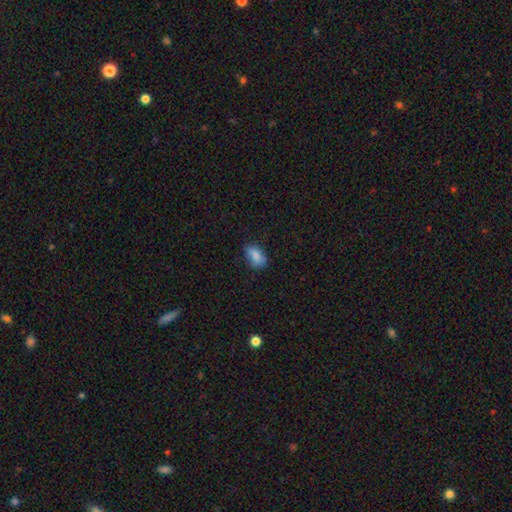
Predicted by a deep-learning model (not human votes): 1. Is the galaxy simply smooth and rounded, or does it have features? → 84% smooth, 9% star or artifact, 7% featured or disk.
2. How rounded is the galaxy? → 89% in between, 7% round, 4% cigar-shaped.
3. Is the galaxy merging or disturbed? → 61% none, 30% minor disturbance, 8% major disturbance, 2% merger.